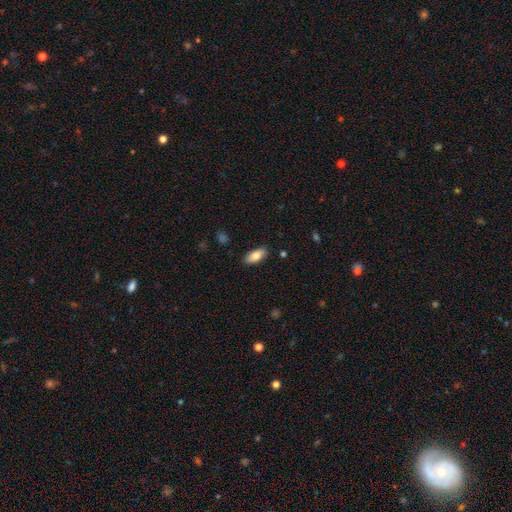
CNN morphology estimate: Smooth or featured? smooth (81%)
How rounded? in between (88%)
Merging? none (87%)